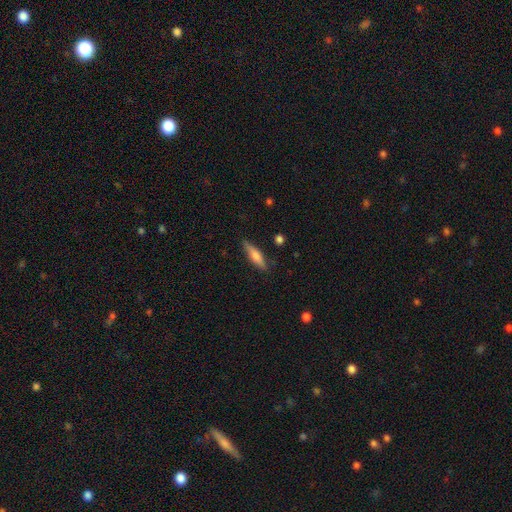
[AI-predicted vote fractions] smooth 62%, featured or disk 32%, star or artifact 6%. Down the decision tree: how rounded — cigar-shaped (73%); merging — none (81%).